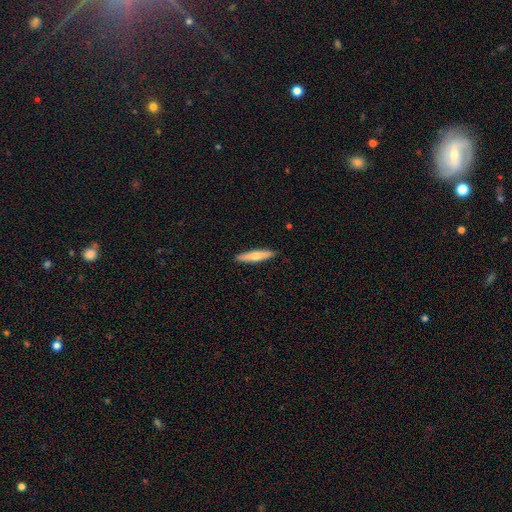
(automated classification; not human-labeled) smooth-or-featured: smooth: 58% | featured or disk: 36% | star or artifact: 5%
  how-rounded: cigar-shaped: 85% | in between: 13% | round: 2%
  merging: none: 91% | minor disturbance: 6% | major disturbance: 1% | merger: 1%